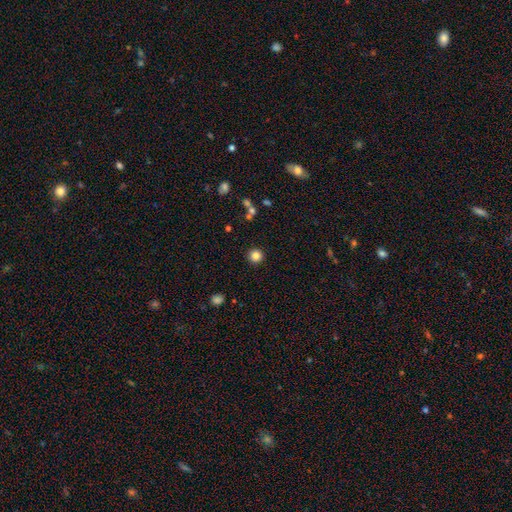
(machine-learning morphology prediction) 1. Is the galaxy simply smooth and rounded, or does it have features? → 84% smooth, 11% star or artifact, 5% featured or disk.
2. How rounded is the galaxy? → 95% round, 4% in between, 1% cigar-shaped.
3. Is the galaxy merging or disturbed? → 91% none, 5% minor disturbance, 2% merger, 2% major disturbance.